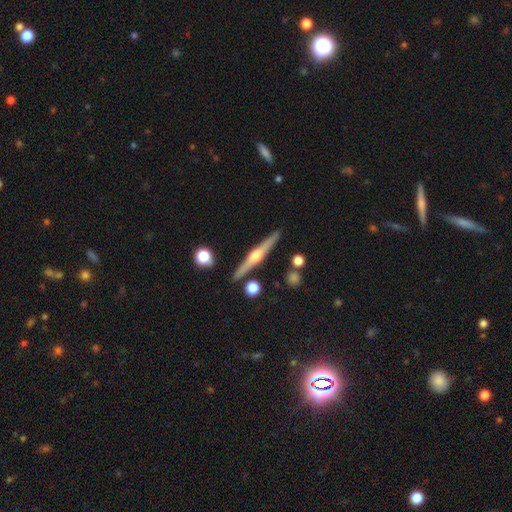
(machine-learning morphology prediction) This is likely a featured or disk galaxy (80%). It is clearly viewed edge-on (98%). Edge-on bulge: clearly rounded (94%). Merging: clearly none (90%).